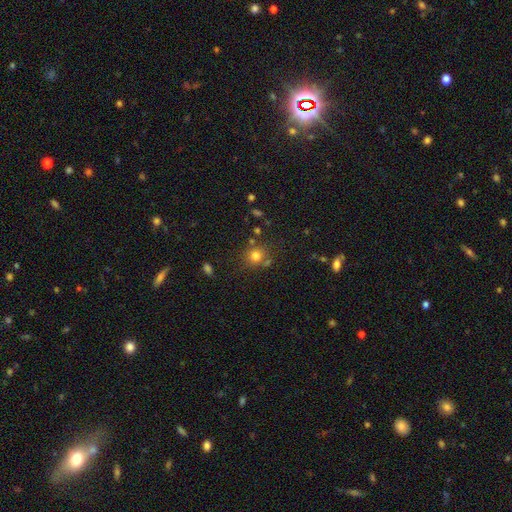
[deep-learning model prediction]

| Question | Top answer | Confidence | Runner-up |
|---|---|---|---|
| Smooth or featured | smooth | 76% | star or artifact (16%) |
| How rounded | round | 85% | in between (14%) |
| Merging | none | 71% | merger (13%) |